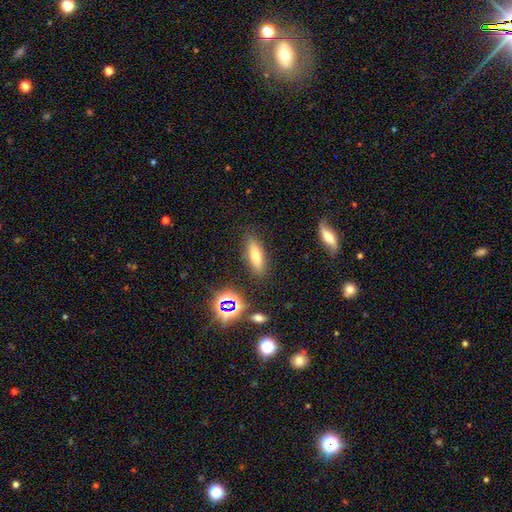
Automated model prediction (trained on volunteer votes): smooth_or_featured: smooth (p=0.64) [alt: featured or disk p=0.21]
how_rounded: cigar-shaped (p=0.49) [alt: in between p=0.47]
merging: none (p=0.84) [alt: minor disturbance p=0.10]